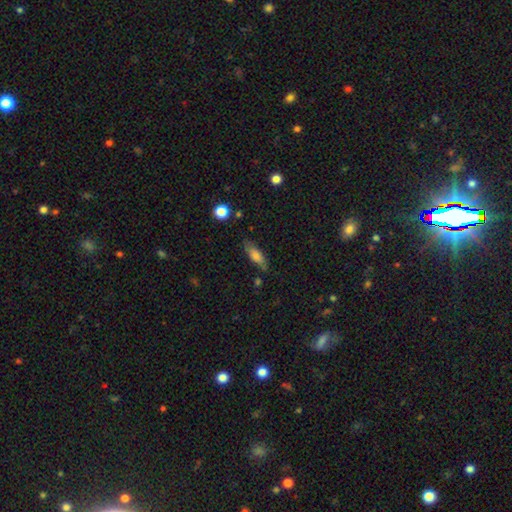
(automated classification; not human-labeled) Smooth or featured: smooth — 71% (featured or disk — 21%)
How rounded: in between — 56% (cigar-shaped — 42%)
Merging: none — 74% (minor disturbance — 18%)